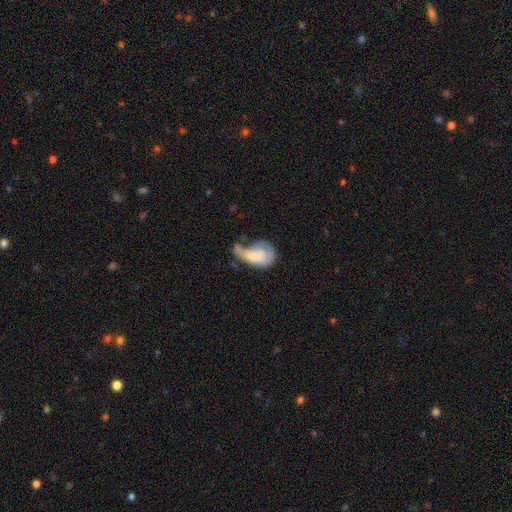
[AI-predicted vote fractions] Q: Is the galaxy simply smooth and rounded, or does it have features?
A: smooth — 62%.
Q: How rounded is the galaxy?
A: in between — 79%.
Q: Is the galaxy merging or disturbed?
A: major disturbance — 38%.